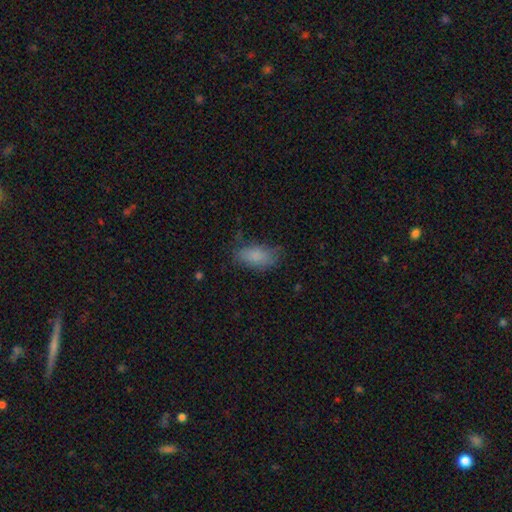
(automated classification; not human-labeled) Overall: smooth (83%). How rounded: in between (91%). Merging: none (65%).